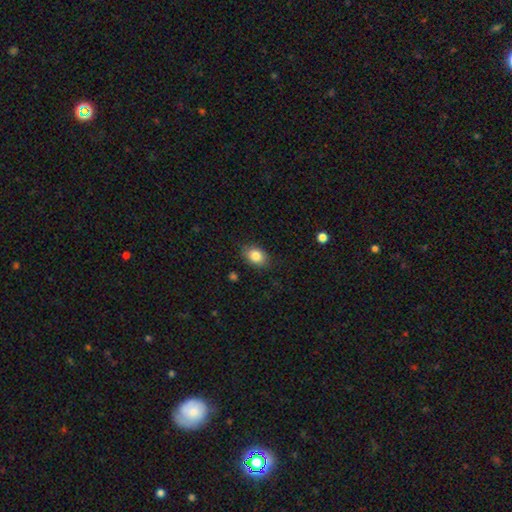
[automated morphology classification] type=smooth (84%); roundness=in between (76%); merging=none (82%).